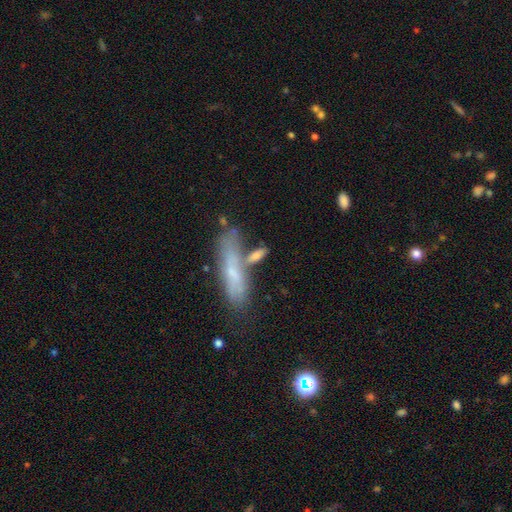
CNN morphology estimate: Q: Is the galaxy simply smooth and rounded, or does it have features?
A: smooth — 66%.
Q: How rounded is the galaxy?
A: cigar-shaped — 50%.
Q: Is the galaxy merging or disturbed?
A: none — 44%.